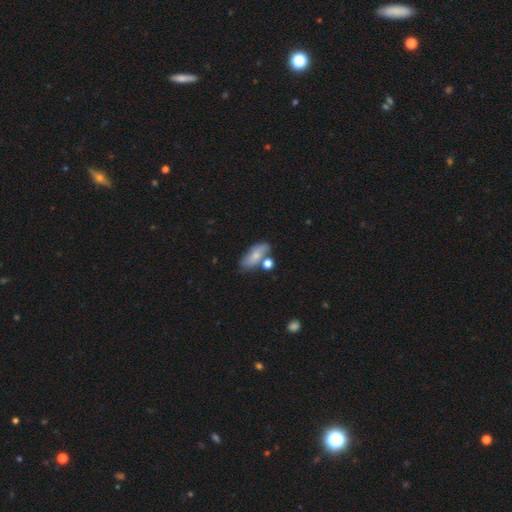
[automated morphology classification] Overall: smooth (67%). How rounded: in between (81%). Merging: none (59%).